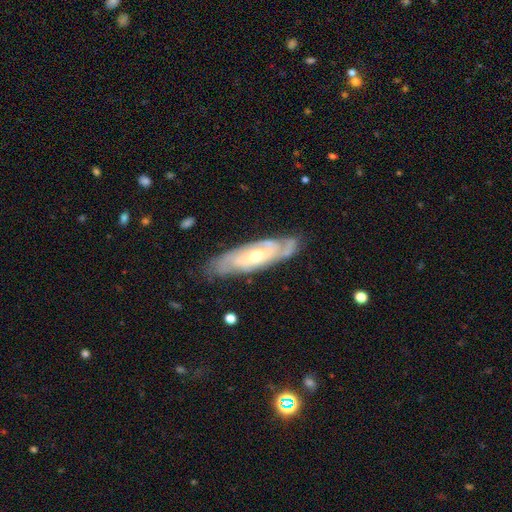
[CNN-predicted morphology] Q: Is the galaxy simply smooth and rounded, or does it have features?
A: featured or disk — 82%.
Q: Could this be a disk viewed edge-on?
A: no — 83%.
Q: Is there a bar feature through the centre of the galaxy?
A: no — 63%.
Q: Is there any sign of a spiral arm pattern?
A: yes — 92%.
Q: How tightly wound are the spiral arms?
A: tight — 66%.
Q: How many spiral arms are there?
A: can't tell — 39%.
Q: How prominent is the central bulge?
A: small — 50%.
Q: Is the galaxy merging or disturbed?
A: none — 75%.